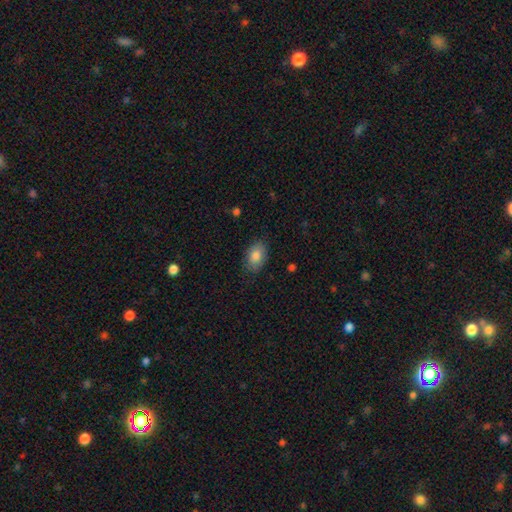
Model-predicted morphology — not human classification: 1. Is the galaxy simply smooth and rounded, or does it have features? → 84% smooth, 8% featured or disk, 7% star or artifact.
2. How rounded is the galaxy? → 88% in between, 11% round, 1% cigar-shaped.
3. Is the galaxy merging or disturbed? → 83% none, 13% minor disturbance, 3% major disturbance, 1% merger.